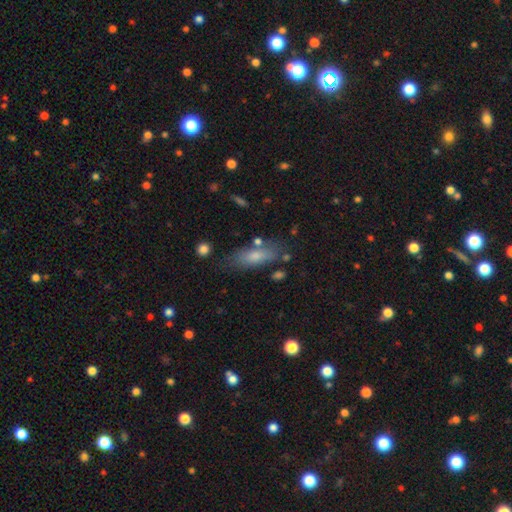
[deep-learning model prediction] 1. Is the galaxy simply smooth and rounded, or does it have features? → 65% smooth, 24% featured or disk, 11% star or artifact.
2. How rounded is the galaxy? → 54% in between, 43% cigar-shaped, 3% round.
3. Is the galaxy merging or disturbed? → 75% none, 15% minor disturbance, 5% merger, 5% major disturbance.